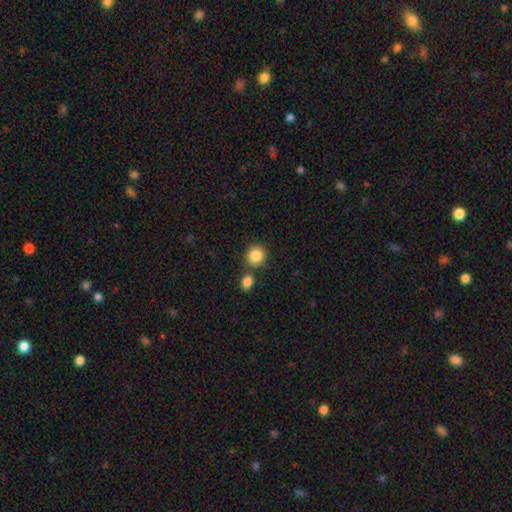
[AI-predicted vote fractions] Overall: smooth (86%). How rounded: round (87%). Merging: none (75%).